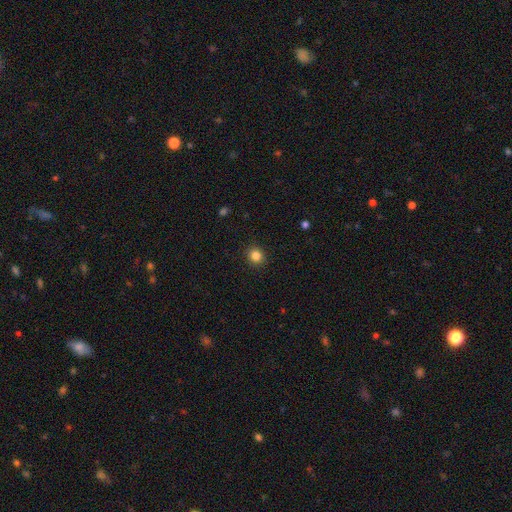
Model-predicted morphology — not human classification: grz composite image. It shows a smooth galaxy with no disk features (84%) that is round (88%). Merging: none (92%).